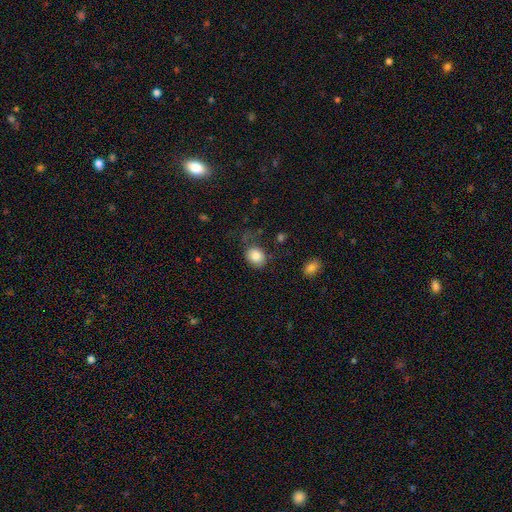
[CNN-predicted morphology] This appears to be a smooth galaxy with no disk features (84%) that is round (50%). Merging: none (68%).